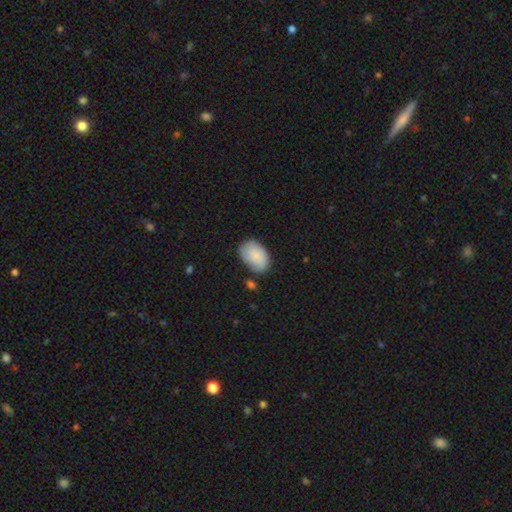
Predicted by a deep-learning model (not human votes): Q: Smooth or featured?
A: smooth (82%); runner-up: featured or disk (12%)
Q: How rounded?
A: in between (89%); runner-up: round (10%)
Q: Merging?
A: none (68%); runner-up: minor disturbance (23%)